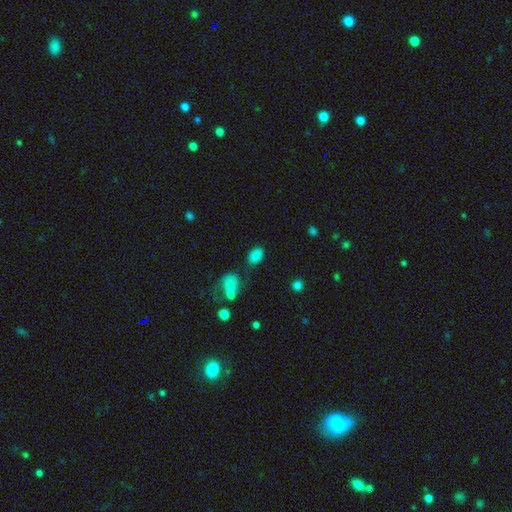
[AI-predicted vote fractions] The model was most divided on "merging": none: 70%, minor disturbance: 16%, merger: 8%, major disturbance: 6%. More confident: how rounded — in between (86%); smooth or featured — smooth (82%).